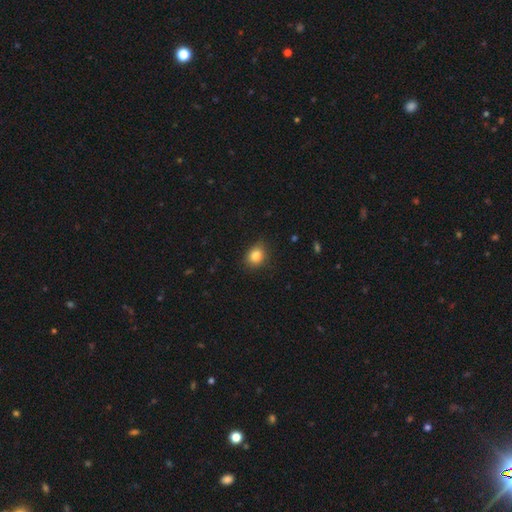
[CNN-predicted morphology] Overall: smooth (84%). How rounded: round (51%; in between 48%). Merging: none (82%).